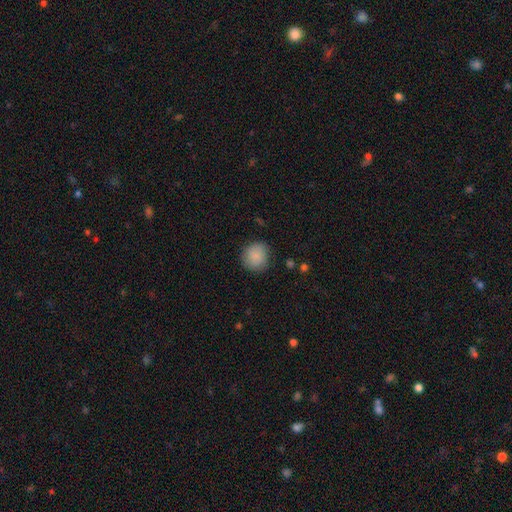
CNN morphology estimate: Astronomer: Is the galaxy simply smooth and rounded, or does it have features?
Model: smooth — 86%.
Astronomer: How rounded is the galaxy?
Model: round — 89%.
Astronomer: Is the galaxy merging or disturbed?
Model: none — 82%.